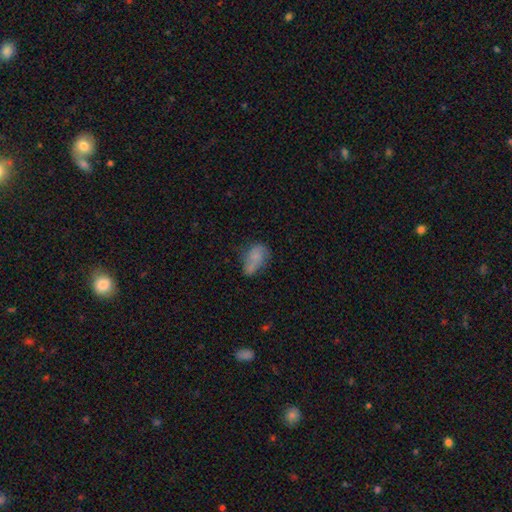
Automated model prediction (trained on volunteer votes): Smooth or featured: smooth — 60% (featured or disk — 31%)
How rounded: in between — 86% (round — 11%)
Merging: none — 39% (minor disturbance — 30%)